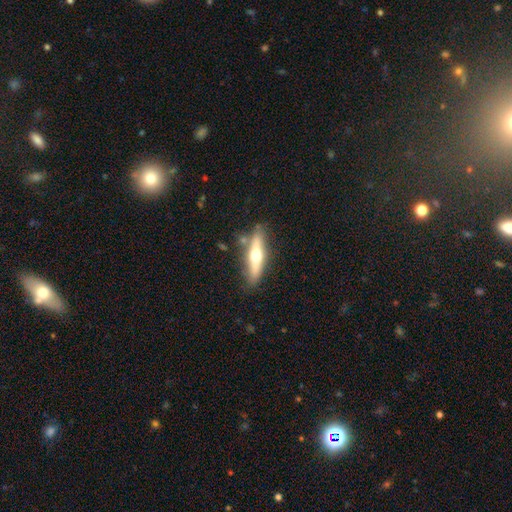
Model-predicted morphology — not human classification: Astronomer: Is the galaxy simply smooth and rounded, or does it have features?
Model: featured or disk — 56% (runner-up: smooth, 38%).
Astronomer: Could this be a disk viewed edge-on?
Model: yes — 91%.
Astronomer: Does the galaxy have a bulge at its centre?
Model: rounded — 94%.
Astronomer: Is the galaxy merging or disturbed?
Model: none — 81%.